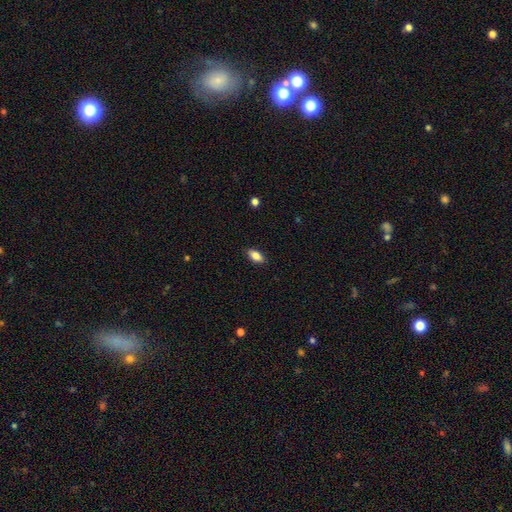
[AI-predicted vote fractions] A smooth galaxy with no disk features (85%) that is in between round and cigar-shaped (90%).

Vote fractions:
- Smooth or featured? smooth: 85% / featured or disk: 8% / star or artifact: 7%
- How rounded? in between: 90% / cigar-shaped: 6% / round: 4%
- Merging? none: 88% / minor disturbance: 9% / major disturbance: 2% / merger: 1%